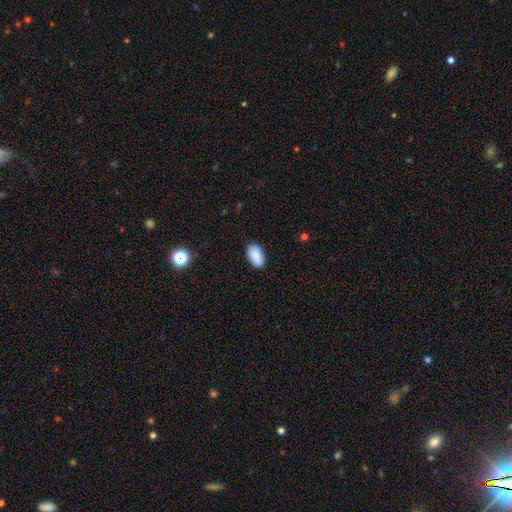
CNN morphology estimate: Overall: smooth (88%). How rounded: in between (94%). Merging: none (85%).